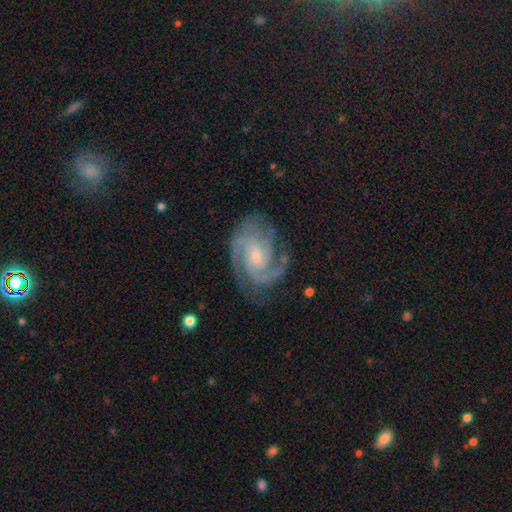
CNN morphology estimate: Smooth or featured?
  - featured or disk: 91% *
  - star or artifact: 4%
  - smooth: 4%
Edge-on disk?
  - no: 98% *
  - yes: 2%
Bar?
  - no: 47% *
  - weak: 43%
  - strong: 10%
Spiral arms?
  - yes: 98% *
  - no: 2%
Spiral winding?
  - tight: 53% *
  - medium: 42%
  - loose: 6%
Spiral arm count?
  - 2: 52% *
  - 3: 29%
  - can't tell: 8%
  - 4: 4%
  - 1: 4%
  - more than 4: 3%
Bulge size?
  - small: 42% *
  - moderate: 40%
  - none: 12%
  - large: 5%
  - dominant: 1%
Merging?
  - none: 75% *
  - minor disturbance: 17%
  - major disturbance: 7%
  - merger: 1%